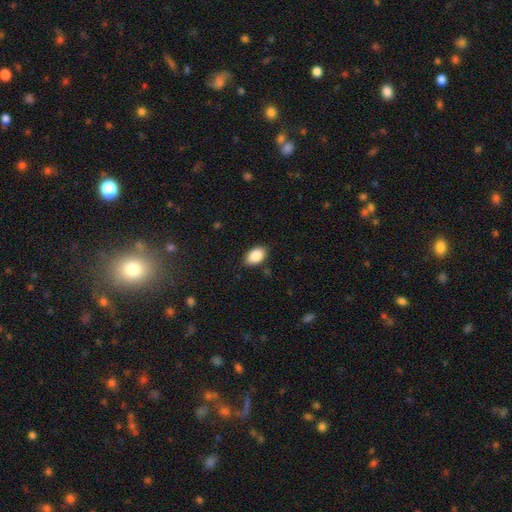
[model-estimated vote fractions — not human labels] Smooth or featured: smooth — 88% (star or artifact — 7%)
How rounded: in between — 91% (round — 8%)
Merging: none — 85% (minor disturbance — 11%)